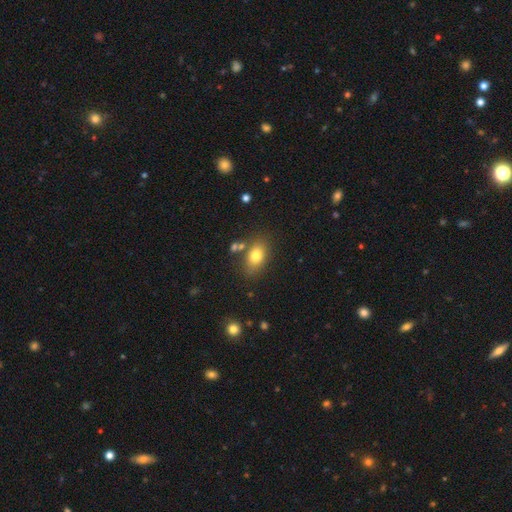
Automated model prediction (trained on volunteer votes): Smooth or featured? Predicted: smooth (p=0.78). How rounded? Predicted: in between (p=0.82). Merging? Predicted: none (p=0.75).